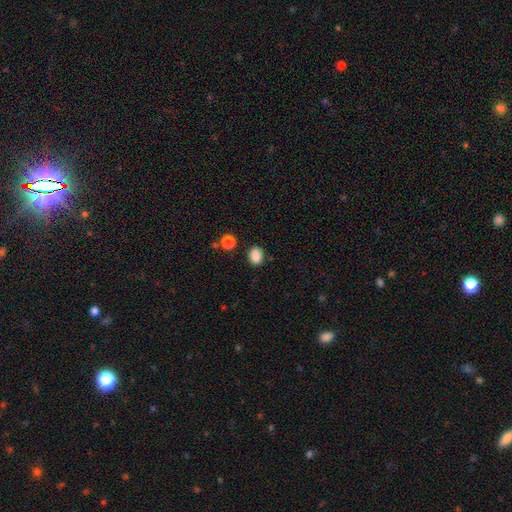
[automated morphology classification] type=smooth (87%); roundness=in between (63%); merging=none (84%).